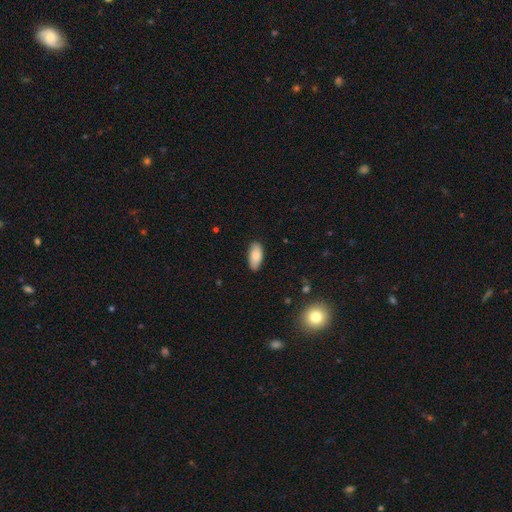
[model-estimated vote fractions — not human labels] Smooth or featured: smooth — 83% (featured or disk — 11%)
How rounded: in between — 92% (cigar-shaped — 6%)
Merging: none — 85% (minor disturbance — 12%)